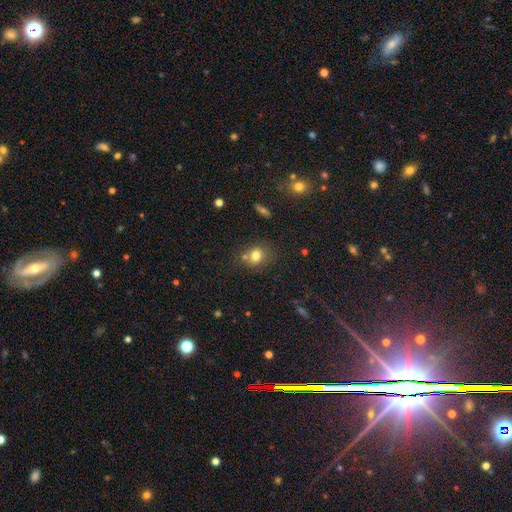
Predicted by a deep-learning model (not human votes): A smooth galaxy with no disk features (77%) that is round (68%). Merging: none (60%).